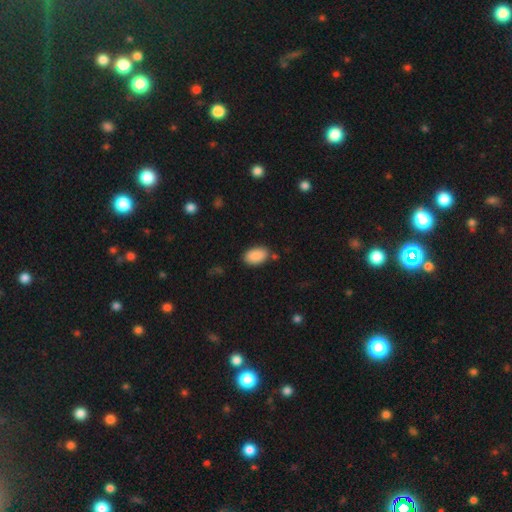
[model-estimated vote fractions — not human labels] Morphology: type=smooth (90%); roundness=in between (93%); merging=none (84%).